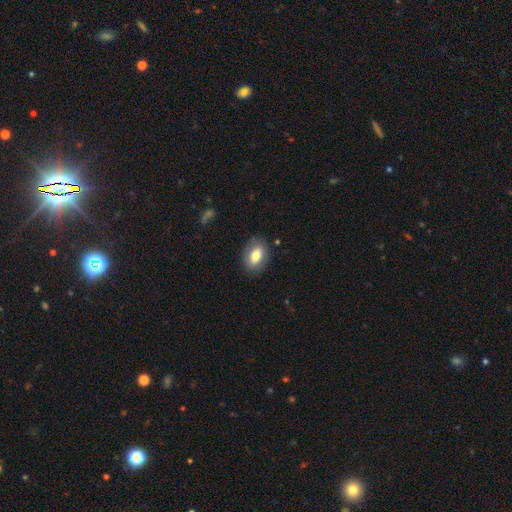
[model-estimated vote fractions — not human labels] This appears to be a smooth galaxy with no disk features (72%) that is in between round and cigar-shaped (88%). Merging: none (83%).